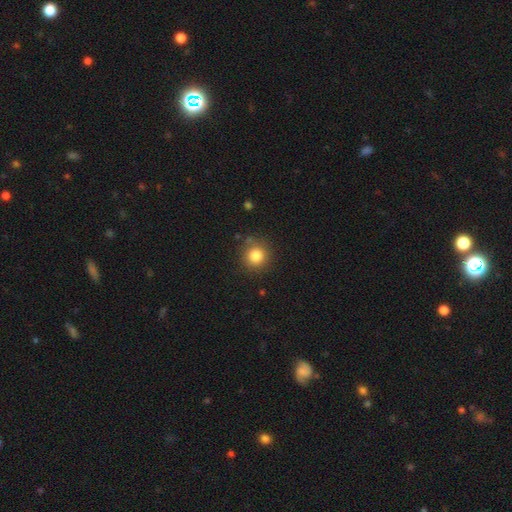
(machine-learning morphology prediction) Smooth or featured? Predicted: smooth (p=0.82). How rounded? Predicted: round (p=0.92). Merging? Predicted: none (p=0.85).